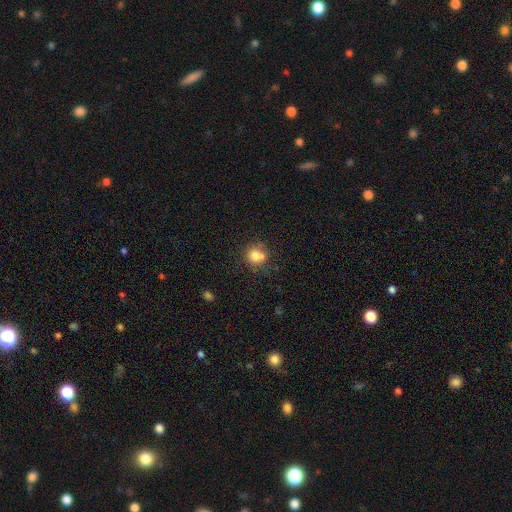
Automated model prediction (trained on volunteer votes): A smooth galaxy with no disk features (76%) that is round (84%). Merging: none (57%).